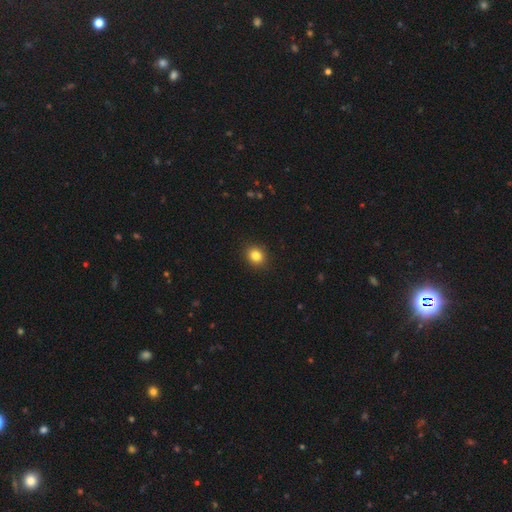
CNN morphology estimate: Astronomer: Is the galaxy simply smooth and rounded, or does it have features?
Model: smooth — 84%.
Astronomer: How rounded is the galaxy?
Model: round — 70%.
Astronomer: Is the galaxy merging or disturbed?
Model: none — 91%.